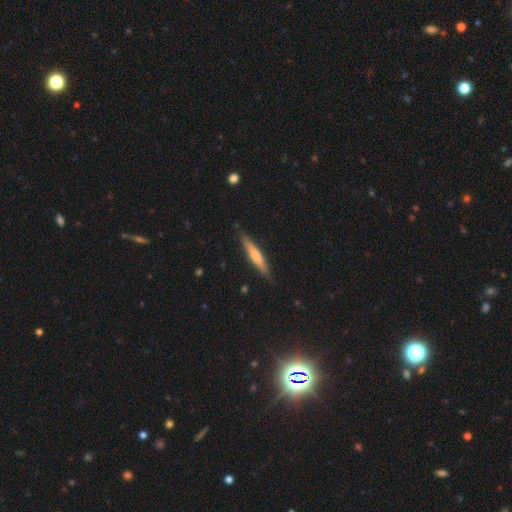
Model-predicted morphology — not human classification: type=smooth (61%); roundness=cigar-shaped (91%); merging=none (88%).